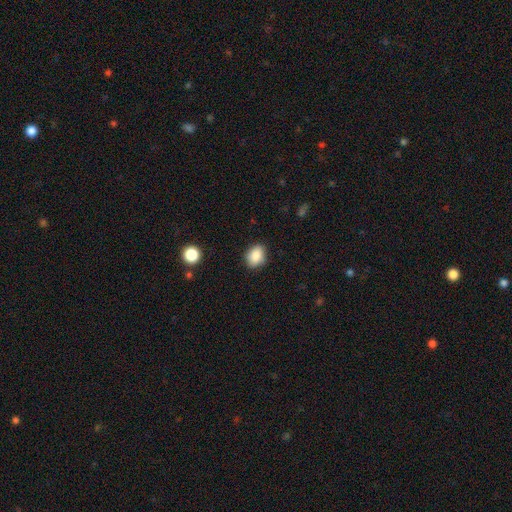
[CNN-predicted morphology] A smooth galaxy with no disk features (87%) that is in between round and cigar-shaped (68%).

Vote fractions:
- Smooth or featured? smooth: 87% / star or artifact: 8% / featured or disk: 4%
- How rounded? in between: 68% / round: 30% / cigar-shaped: 1%
- Merging? none: 83% / minor disturbance: 13% / major disturbance: 3% / merger: 1%